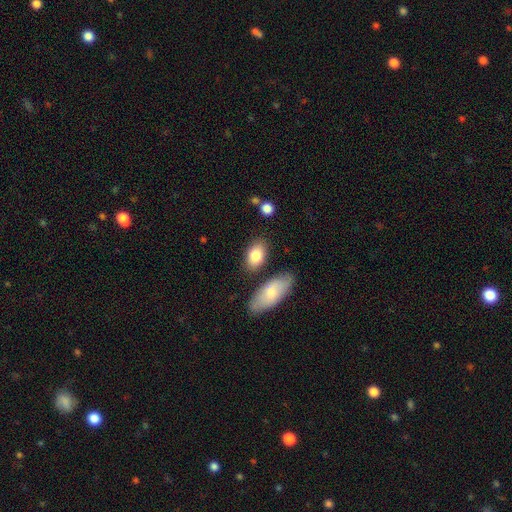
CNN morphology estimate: smooth-or-featured: smooth: 82% | featured or disk: 11% | star or artifact: 6%
  how-rounded: in between: 88% | round: 8% | cigar-shaped: 3%
  merging: none: 76% | minor disturbance: 13% | merger: 8% | major disturbance: 3%